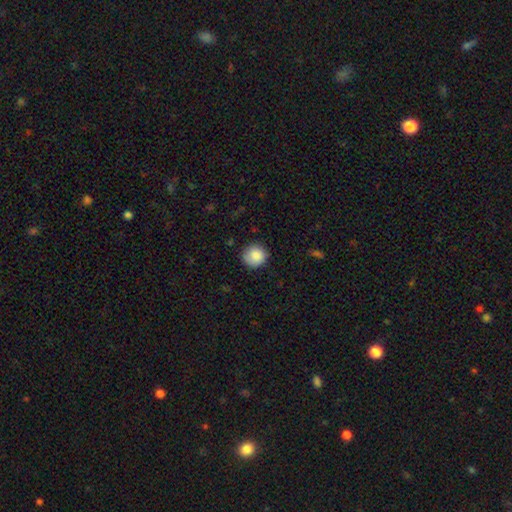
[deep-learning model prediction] This is clearly a smooth galaxy (87%). How rounded: clearly round (92%). Merging: clearly none (83%).